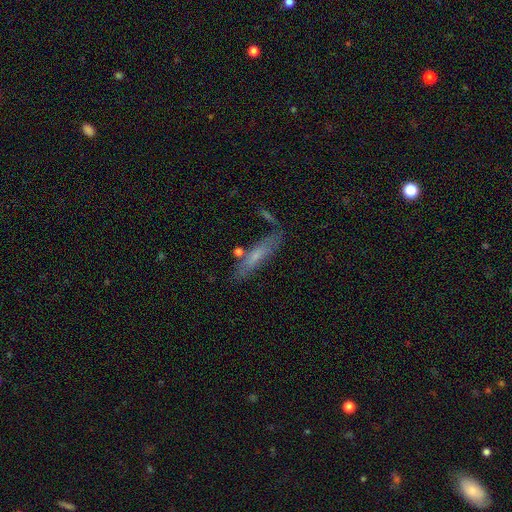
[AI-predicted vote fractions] This appears to be a smooth galaxy with no disk features (56%) that is cigar-shaped (80%). Merging: none (70%).